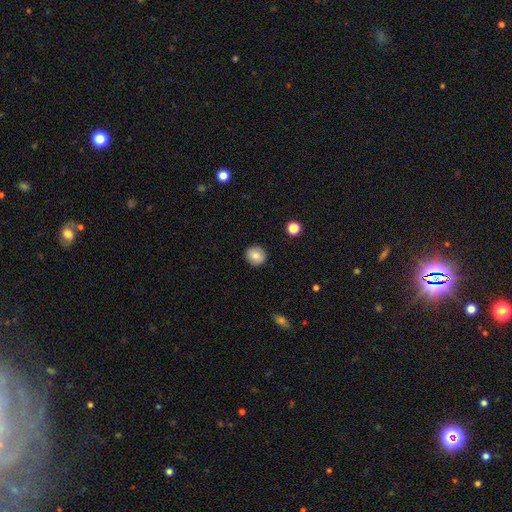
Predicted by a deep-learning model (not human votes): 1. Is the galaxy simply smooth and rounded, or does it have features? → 83% smooth, 9% featured or disk, 9% star or artifact.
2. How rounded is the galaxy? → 91% round, 8% in between, 1% cigar-shaped.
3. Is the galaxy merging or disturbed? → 91% none, 6% minor disturbance, 2% major disturbance, 1% merger.